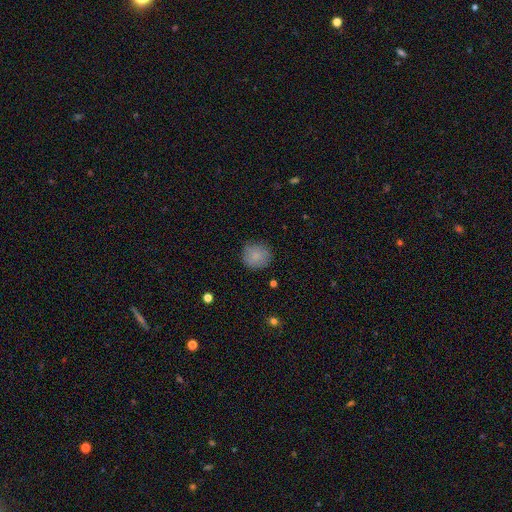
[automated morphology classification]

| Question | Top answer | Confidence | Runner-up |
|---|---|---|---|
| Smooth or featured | smooth | 84% | star or artifact (8%) |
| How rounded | round | 91% | in between (8%) |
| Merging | none | 83% | minor disturbance (13%) |